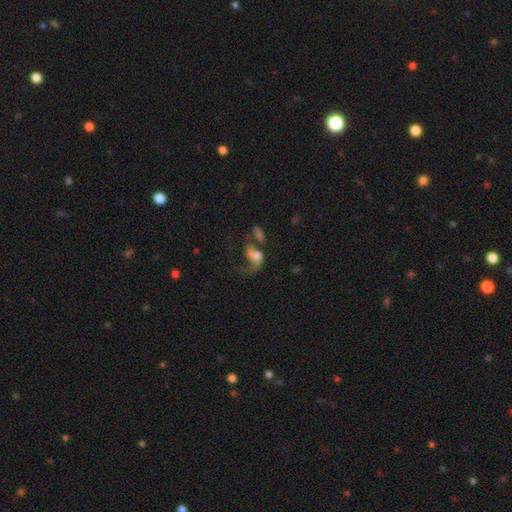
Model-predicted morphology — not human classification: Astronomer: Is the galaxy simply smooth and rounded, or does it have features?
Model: smooth — 44%, tied with featured or disk at 44%.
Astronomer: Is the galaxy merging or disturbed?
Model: major disturbance — 37% (runner-up: merger, 32%).